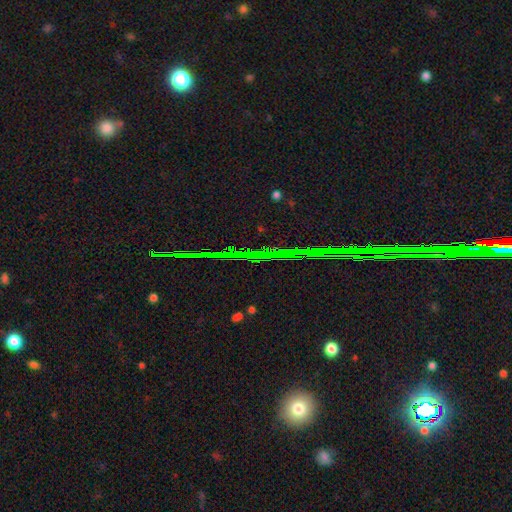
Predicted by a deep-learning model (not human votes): This appears to be a star or artifact, not a galaxy (75%).